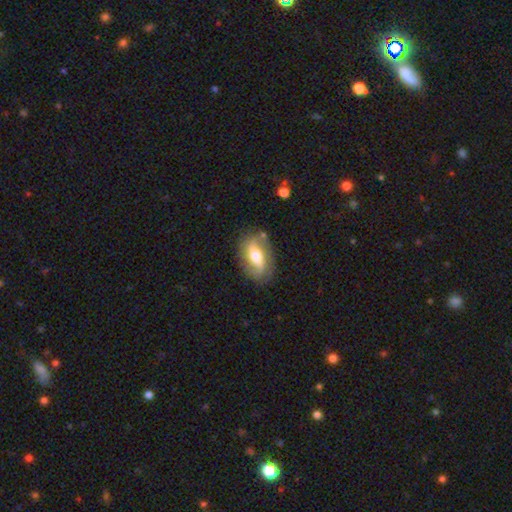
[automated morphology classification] Smooth or featured?
  - featured or disk: 64% *
  - smooth: 30%
  - star or artifact: 6%
Edge-on disk?
  - no: 89% *
  - yes: 11%
Bar?
  - strong: 37% *
  - weak: 34%
  - no: 29%
Spiral arms?
  - yes: 76% *
  - no: 24%
Bulge size?
  - moderate: 65% *
  - large: 20%
  - small: 12%
  - dominant: 2%
  - none: 1%
Merging?
  - none: 78% *
  - minor disturbance: 15%
  - major disturbance: 5%
  - merger: 2%